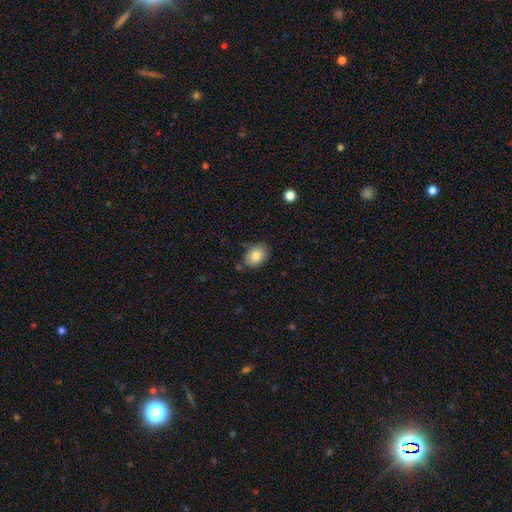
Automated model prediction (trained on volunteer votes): This appears to be a smooth galaxy with no disk features (81%) that is in between round and cigar-shaped (67%). Merging: none (77%).